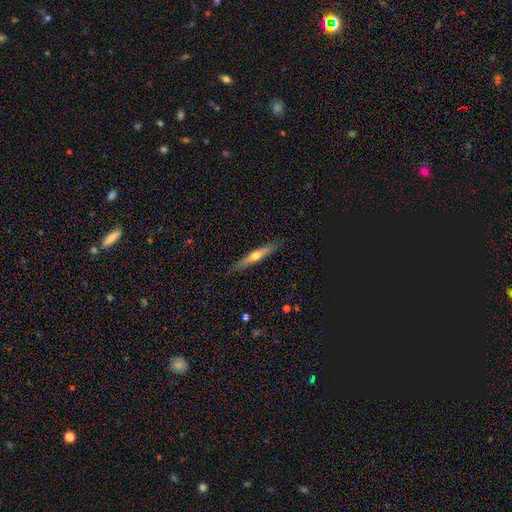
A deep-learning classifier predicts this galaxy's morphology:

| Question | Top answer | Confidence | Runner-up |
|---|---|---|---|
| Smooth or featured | featured or disk | 55% | smooth (40%) |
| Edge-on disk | yes | 95% | no (5%) |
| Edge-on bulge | rounded | 86% | none (11%) |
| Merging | none | 87% | minor disturbance (10%) |